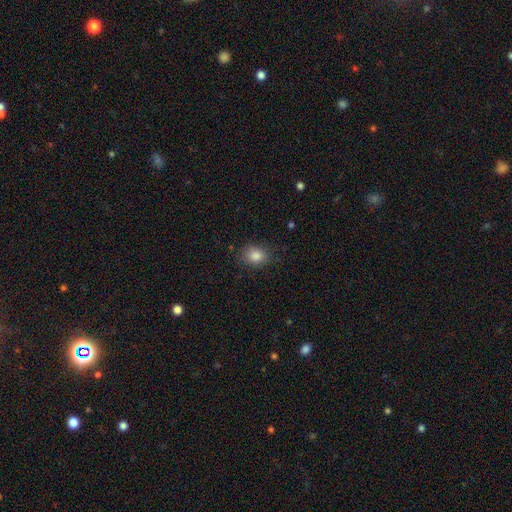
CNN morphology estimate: The model was most divided on "how rounded": in between: 56%, round: 42%, cigar-shaped: 1%. More confident: smooth or featured — smooth (85%); merging — none (78%).